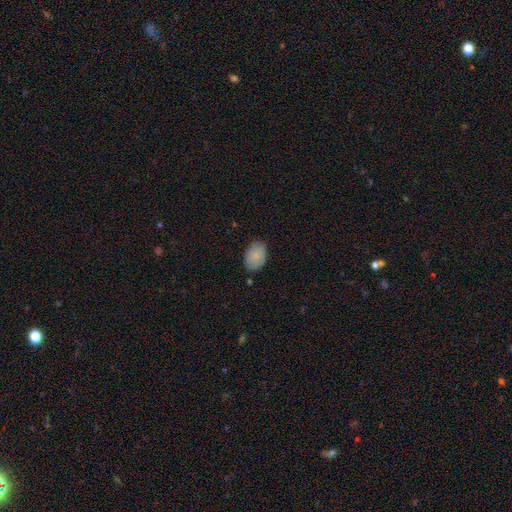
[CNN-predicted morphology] Smooth or featured?
  - smooth: 83% *
  - featured or disk: 10%
  - star or artifact: 7%
How rounded?
  - in between: 86% *
  - round: 13%
  - cigar-shaped: 1%
Merging?
  - none: 81% *
  - minor disturbance: 15%
  - major disturbance: 3%
  - merger: 1%